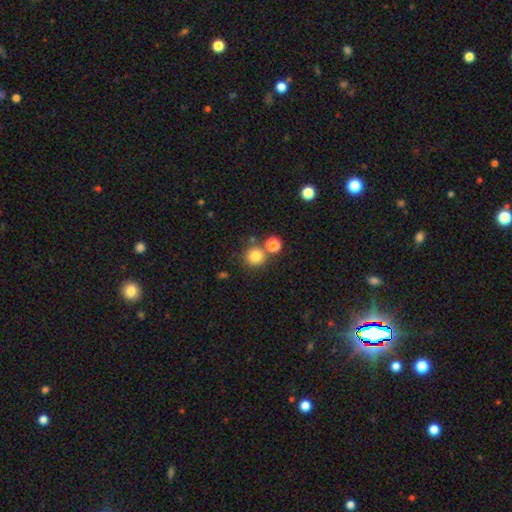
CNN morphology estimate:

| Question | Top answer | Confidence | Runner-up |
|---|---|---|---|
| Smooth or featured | smooth | 81% | star or artifact (13%) |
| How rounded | round | 91% | in between (8%) |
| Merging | none | 72% | merger (17%) |